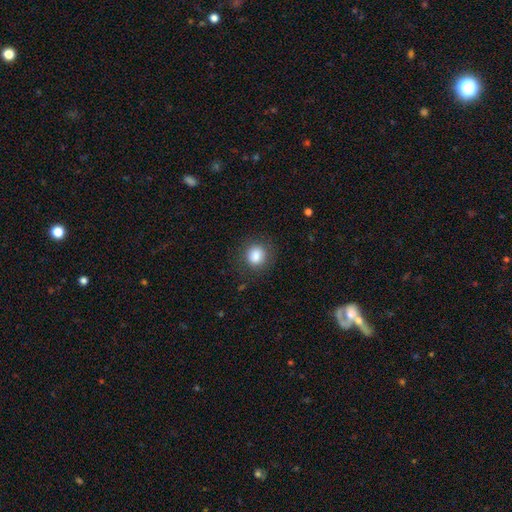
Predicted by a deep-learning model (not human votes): Smooth or featured? smooth (85%)
How rounded? round (83%)
Merging? none (85%)